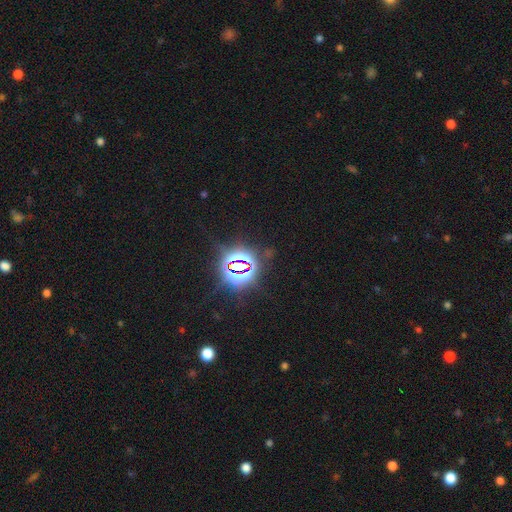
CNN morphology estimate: Smooth or featured? star or artifact (84%)